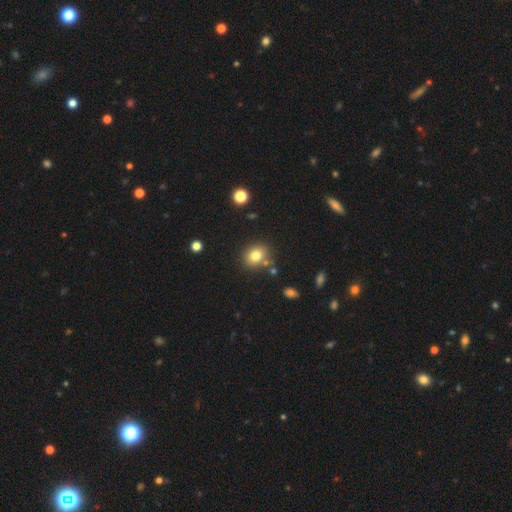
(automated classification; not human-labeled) smooth-or-featured: smooth: 79% | star or artifact: 12% | featured or disk: 9%
  how-rounded: round: 64% | in between: 35% | cigar-shaped: 1%
  merging: none: 79% | minor disturbance: 10% | merger: 8% | major disturbance: 3%